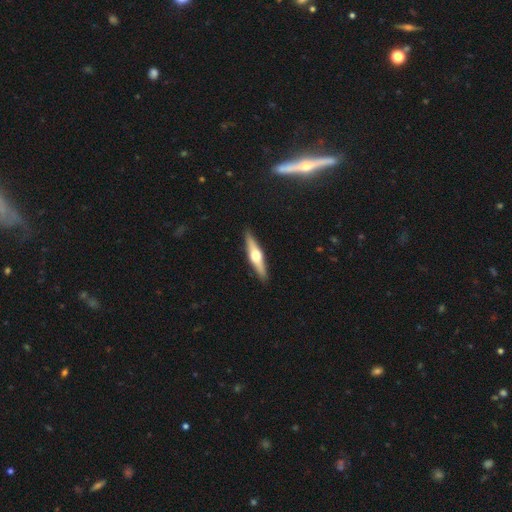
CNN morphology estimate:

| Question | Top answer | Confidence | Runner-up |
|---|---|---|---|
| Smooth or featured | featured or disk | 66% | smooth (29%) |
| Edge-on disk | yes | 96% | no (4%) |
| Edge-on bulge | rounded | 95% | boxy (3%) |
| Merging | none | 91% | minor disturbance (7%) |